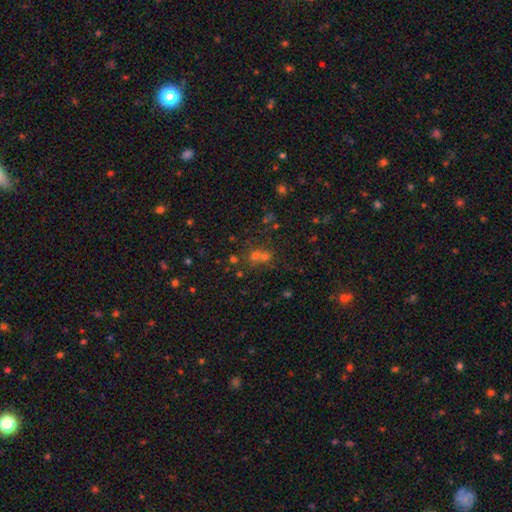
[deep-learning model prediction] smooth-or-featured: smooth: 50% | star or artifact: 36% | featured or disk: 14%
  merging: none: 49% | merger: 41% | minor disturbance: 7% | major disturbance: 4%